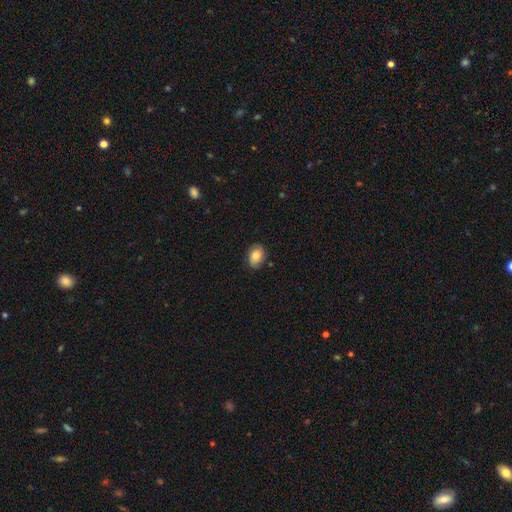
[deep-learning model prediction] Morphology: type=smooth (77%); roundness=in between (76%); merging=none (81%).